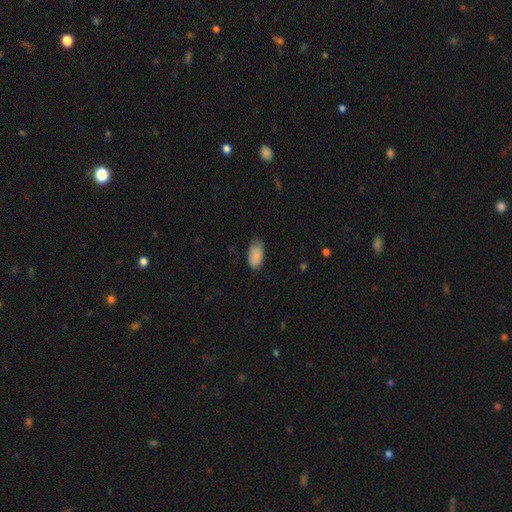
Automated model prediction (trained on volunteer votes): A smooth galaxy with no disk features (86%) that is in between round and cigar-shaped (94%). Merging: none (57%).